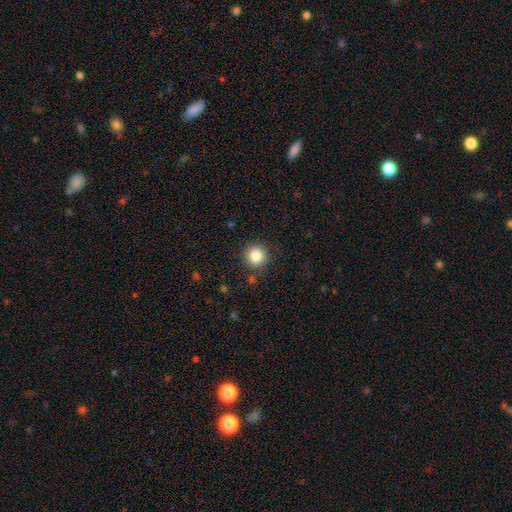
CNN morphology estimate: A smooth galaxy with no disk features (85%) that is round (95%).

Vote fractions:
- Smooth or featured? smooth: 85% / star or artifact: 10% / featured or disk: 5%
- How rounded? round: 95% / in between: 4% / cigar-shaped: 1%
- Merging? none: 89% / minor disturbance: 7% / major disturbance: 2% / merger: 2%